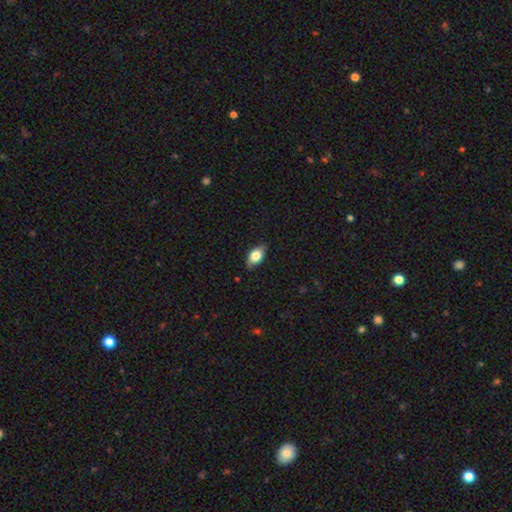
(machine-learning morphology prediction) smooth-or-featured: smooth: 72% | featured or disk: 20% | star or artifact: 8%
  how-rounded: in between: 86% | round: 8% | cigar-shaped: 6%
  merging: none: 80% | minor disturbance: 16% | major disturbance: 3% | merger: 1%